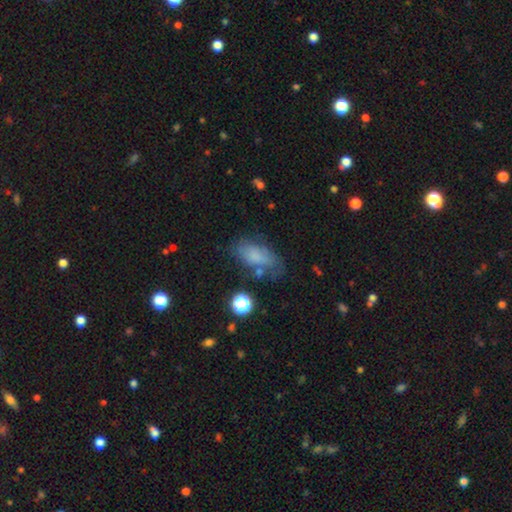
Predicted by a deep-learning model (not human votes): A smooth galaxy with no disk features (69%) that is in between round and cigar-shaped (87%). Merging: none (56%).